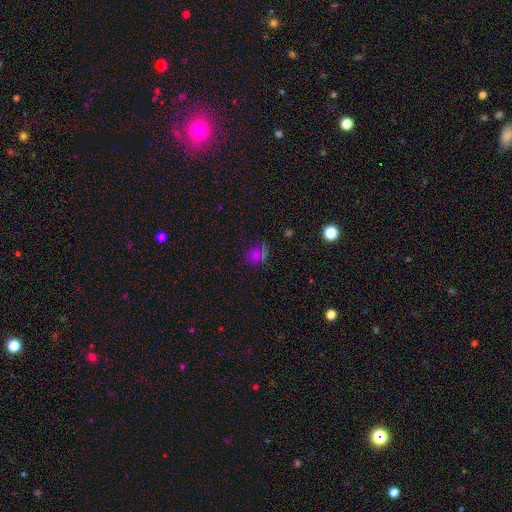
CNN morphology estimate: This is likely a smooth galaxy (62%). How rounded: possibly in between (53%). Merging: possibly none (55%).